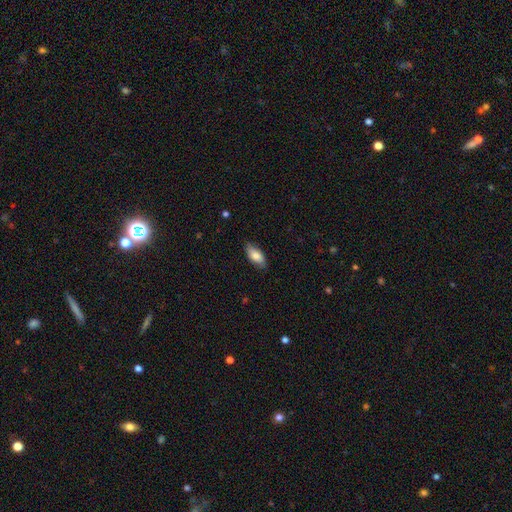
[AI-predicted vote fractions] smooth 79%, featured or disk 15%, star or artifact 6%. Down the decision tree: how rounded — in between (87%); merging — none (81%).